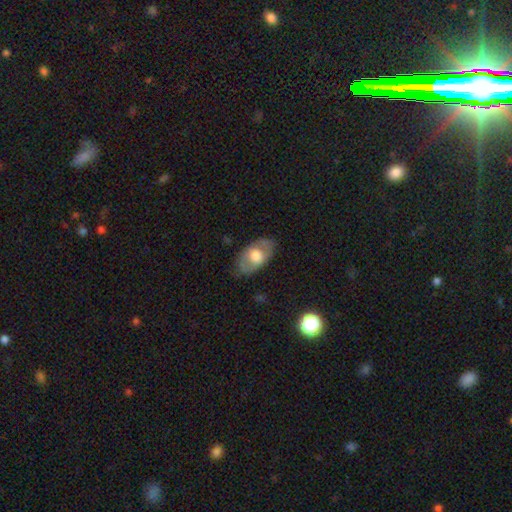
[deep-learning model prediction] Overall: smooth (51%; featured or disk 43%). How rounded: in between (89%). Merging: none (77%).